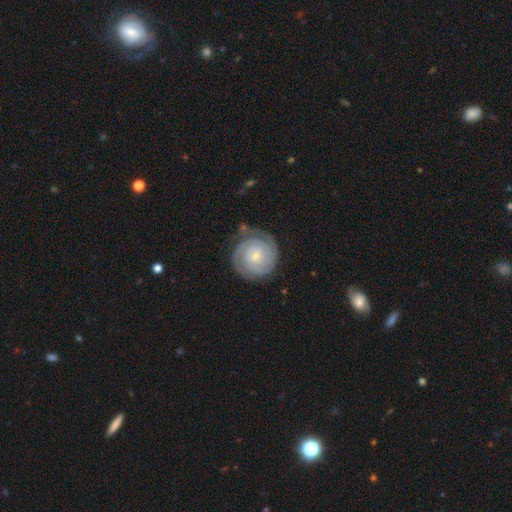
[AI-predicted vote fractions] Smooth or featured? Predicted: featured or disk (p=0.85). Edge-on disk? Predicted: no (p=0.98). Bar? Predicted: no (p=0.65). Spiral arms? Predicted: yes (p=0.97). Spiral winding? Predicted: tight (p=0.86). Spiral arm count? Predicted: 2 (p=0.46). Bulge size? Predicted: small (p=0.73). Merging? Predicted: none (p=0.74).